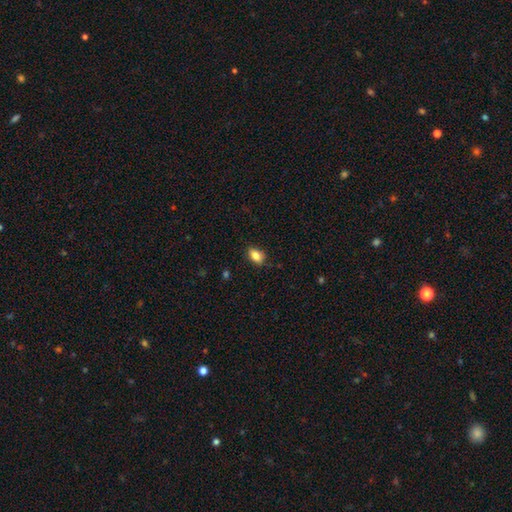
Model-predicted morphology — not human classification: Smooth or featured? smooth (84%)
How rounded? in between (84%)
Merging? none (82%)